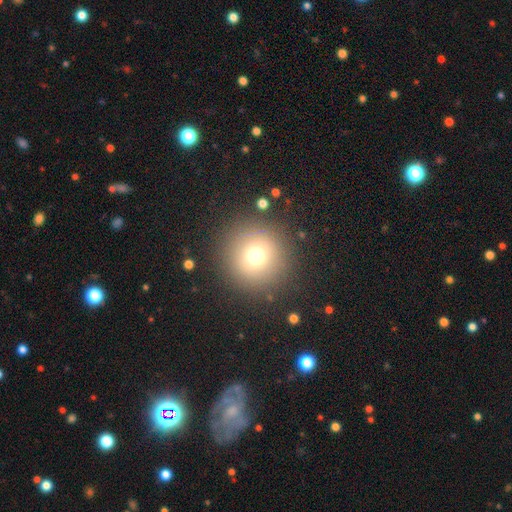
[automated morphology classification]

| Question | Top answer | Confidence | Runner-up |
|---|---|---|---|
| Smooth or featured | smooth | 72% | star or artifact (16%) |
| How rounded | round | 96% | in between (3%) |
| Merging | none | 88% | minor disturbance (6%) |